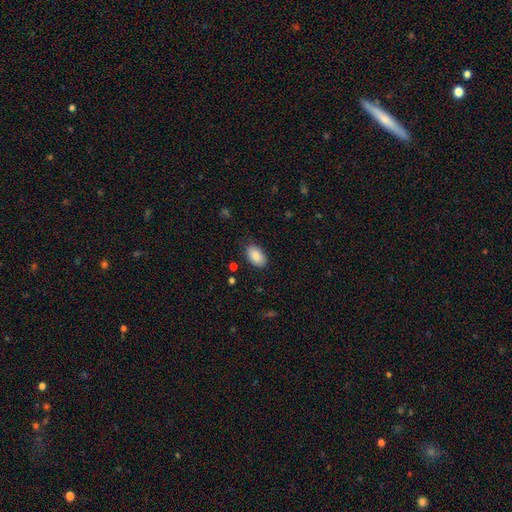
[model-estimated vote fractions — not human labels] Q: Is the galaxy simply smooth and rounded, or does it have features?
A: smooth — 89%.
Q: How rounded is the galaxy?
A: in between — 93%.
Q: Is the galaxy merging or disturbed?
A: none — 81%.